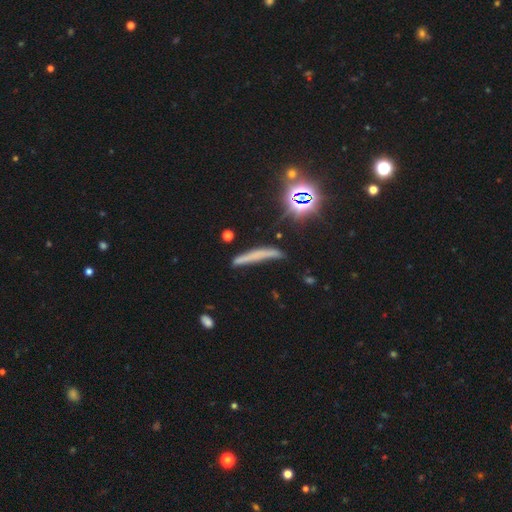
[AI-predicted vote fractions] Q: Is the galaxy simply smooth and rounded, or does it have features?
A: smooth — 51%.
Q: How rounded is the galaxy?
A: cigar-shaped — 92%.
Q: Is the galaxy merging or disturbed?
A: none — 62%.